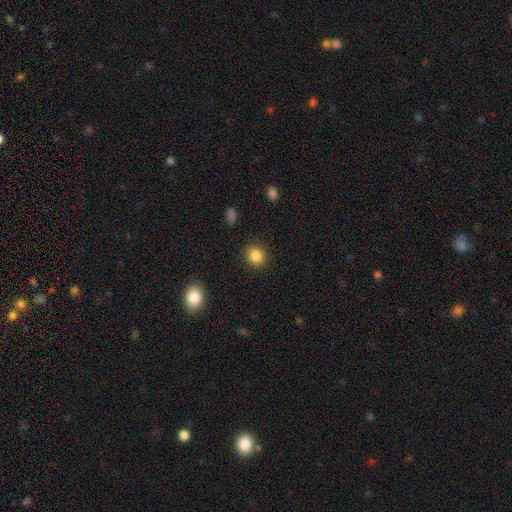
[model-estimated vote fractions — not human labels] A smooth galaxy with no disk features (85%) that is round (82%).

Vote fractions:
- Smooth or featured? smooth: 85% / star or artifact: 10% / featured or disk: 4%
- How rounded? round: 82% / in between: 17% / cigar-shaped: 1%
- Merging? none: 89% / minor disturbance: 7% / major disturbance: 3% / merger: 1%